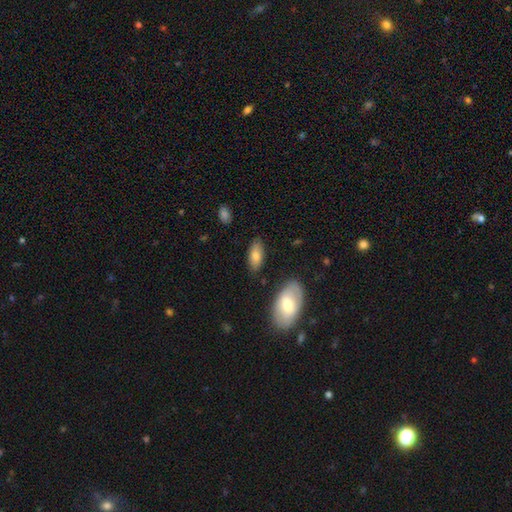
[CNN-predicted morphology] Overall: smooth (77%). How rounded: in between (86%). Merging: none (82%).